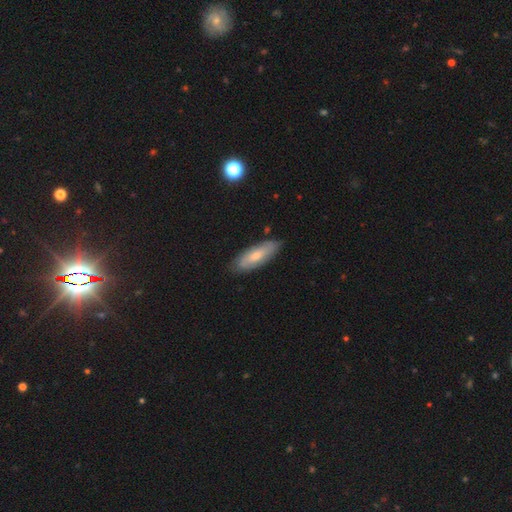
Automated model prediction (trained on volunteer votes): A smooth galaxy with no disk features (62%) that is in between round and cigar-shaped (65%).

Vote fractions:
- Smooth or featured? smooth: 62% / featured or disk: 33% / star or artifact: 6%
- How rounded? in between: 65% / cigar-shaped: 33% / round: 2%
- Merging? none: 80% / minor disturbance: 16% / major disturbance: 3% / merger: 2%